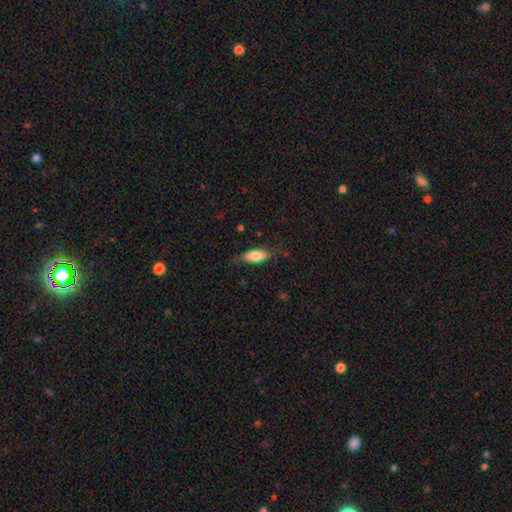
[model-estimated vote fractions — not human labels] Smooth or featured?
  - smooth: 71% *
  - featured or disk: 23%
  - star or artifact: 6%
How rounded?
  - in between: 78% *
  - cigar-shaped: 19%
  - round: 3%
Merging?
  - none: 69% *
  - minor disturbance: 23%
  - major disturbance: 7%
  - merger: 1%